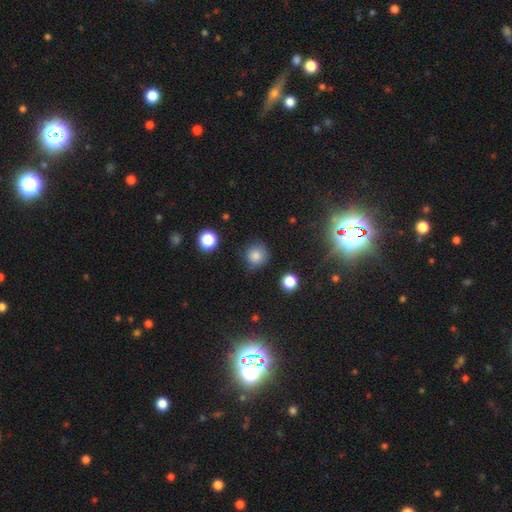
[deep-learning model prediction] This is clearly a smooth galaxy (81%). How rounded: clearly round (90%). Merging: likely none (73%).